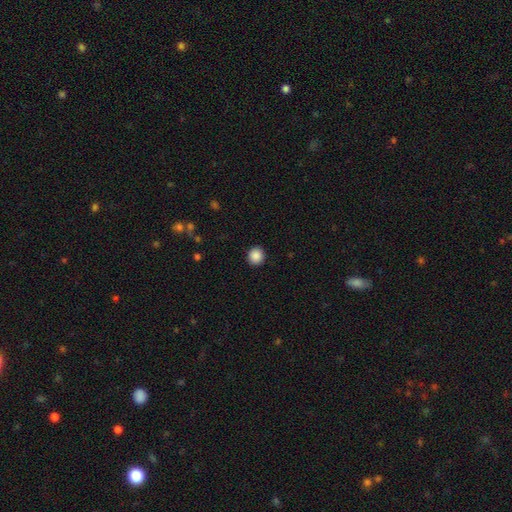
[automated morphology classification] smooth-or-featured: smooth: 88% | star or artifact: 9% | featured or disk: 3%
  how-rounded: round: 92% | in between: 7% | cigar-shaped: 1%
  merging: none: 92% | minor disturbance: 5% | major disturbance: 2% | merger: 1%